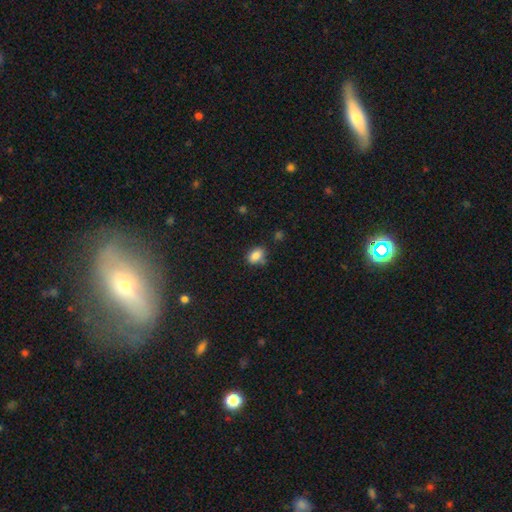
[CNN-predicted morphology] Overall: smooth (85%). How rounded: in between (75%). Merging: none (68%).